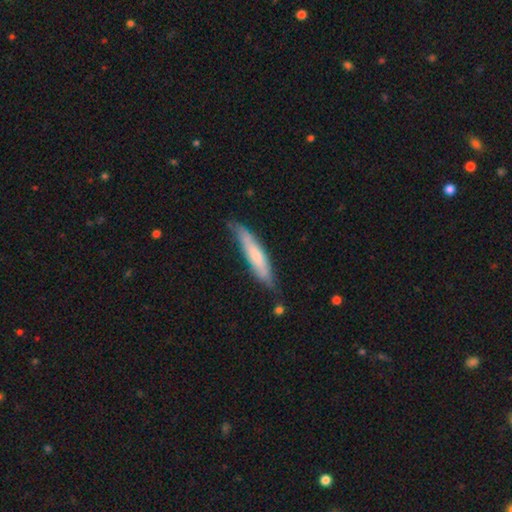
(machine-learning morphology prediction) This appears to be a smooth galaxy with no disk features (59%) that is cigar-shaped (87%). Merging: none (71%).